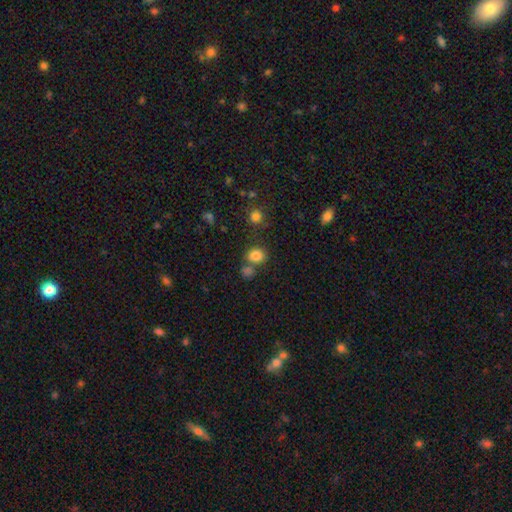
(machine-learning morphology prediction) Q: Smooth or featured?
A: smooth (82%); runner-up: star or artifact (12%)
Q: How rounded?
A: round (63%); runner-up: in between (36%)
Q: Merging?
A: none (64%); runner-up: merger (20%)